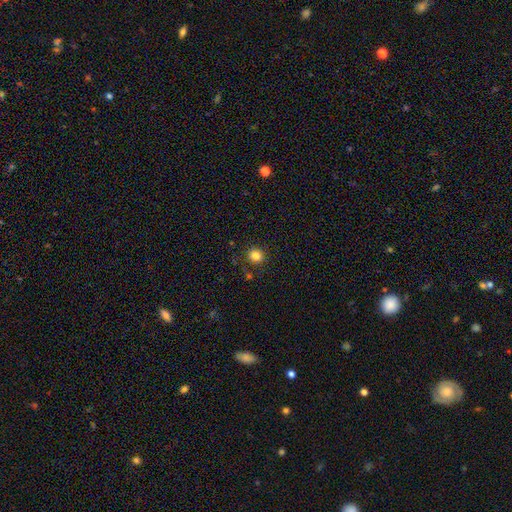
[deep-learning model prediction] This is clearly a smooth galaxy (83%). How rounded: clearly round (86%). Merging: clearly none (88%).